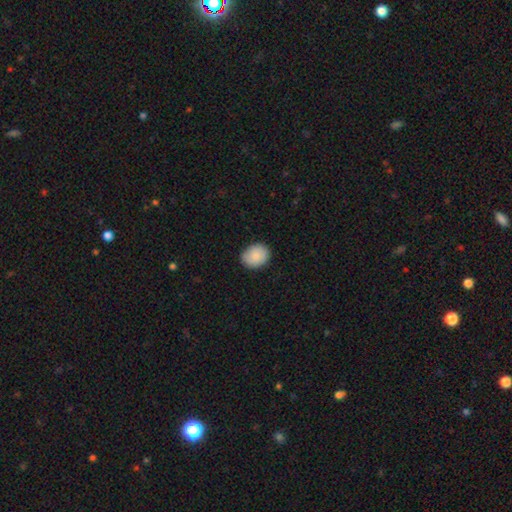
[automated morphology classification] Overall: smooth (85%). How rounded: round (62%; in between 37%). Merging: none (81%).